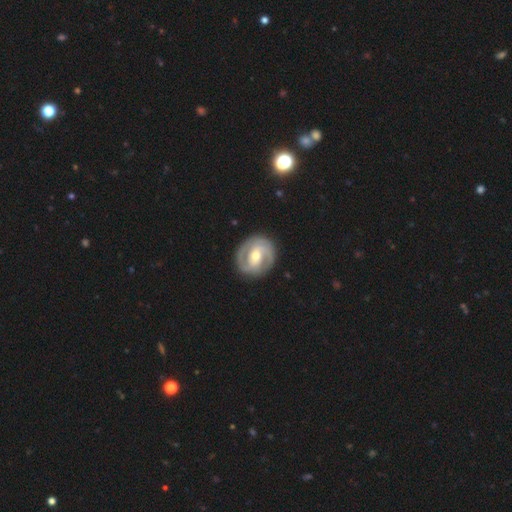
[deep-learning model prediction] Smooth or featured? Predicted: featured or disk (p=0.83). Edge-on disk? Predicted: no (p=0.98). Bar? Predicted: weak (p=0.42). Spiral arms? Predicted: yes (p=0.91). Spiral winding? Predicted: tight (p=0.55). Spiral arm count? Predicted: 2 (p=0.82). Bulge size? Predicted: moderate (p=0.67). Merging? Predicted: none (p=0.86).